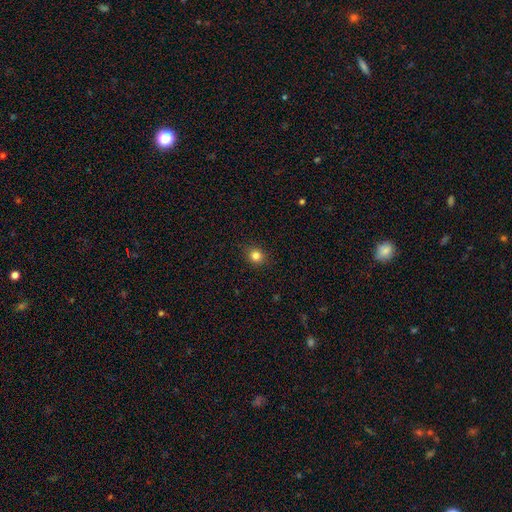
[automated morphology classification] This appears to be a smooth galaxy with no disk features (82%) that is round (81%). Merging: none (89%).